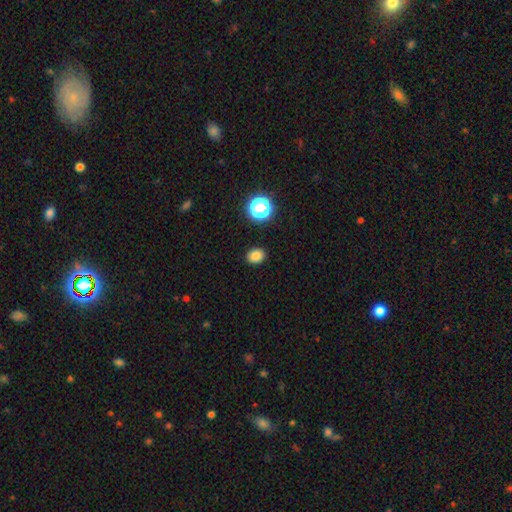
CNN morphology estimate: Smooth or featured?
  - smooth: 81% *
  - star or artifact: 14%
  - featured or disk: 5%
How rounded?
  - round: 51% *
  - in between: 49%
  - cigar-shaped: 1%
Merging?
  - none: 89% *
  - minor disturbance: 7%
  - major disturbance: 2%
  - merger: 1%